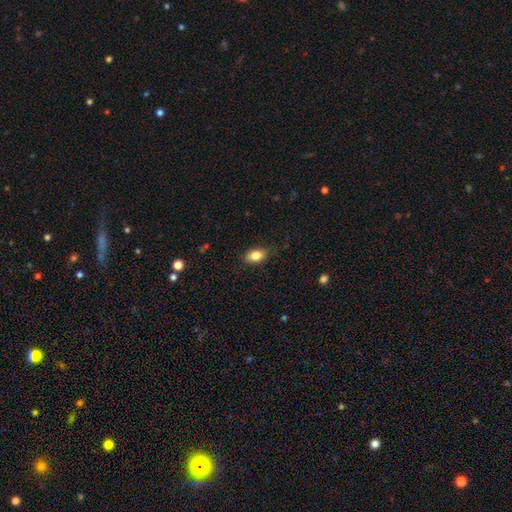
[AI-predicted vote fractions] This is clearly a smooth galaxy (83%). How rounded: clearly in between (88%). Merging: clearly none (83%).